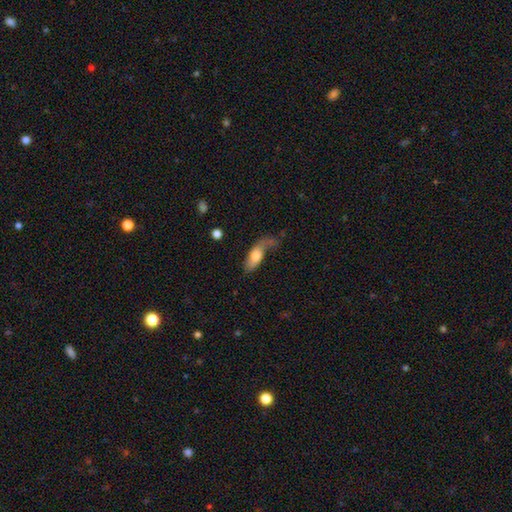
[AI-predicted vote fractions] This is likely a smooth galaxy (67%). How rounded: likely in between (74%). Merging: marginally none (32%, tied with major disturbance).